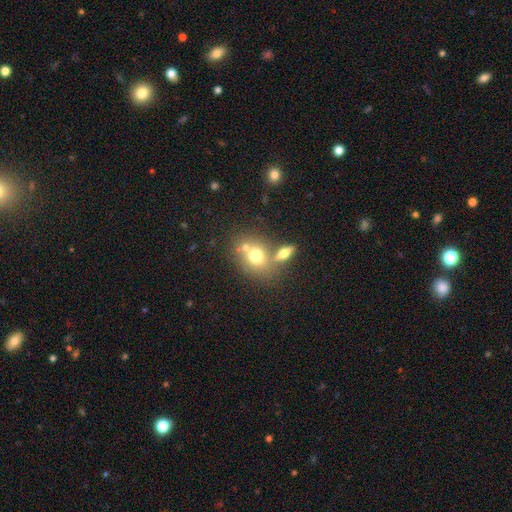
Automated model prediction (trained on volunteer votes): Smooth or featured? smooth (69%)
How rounded? round (54%)
Merging? none (49%)